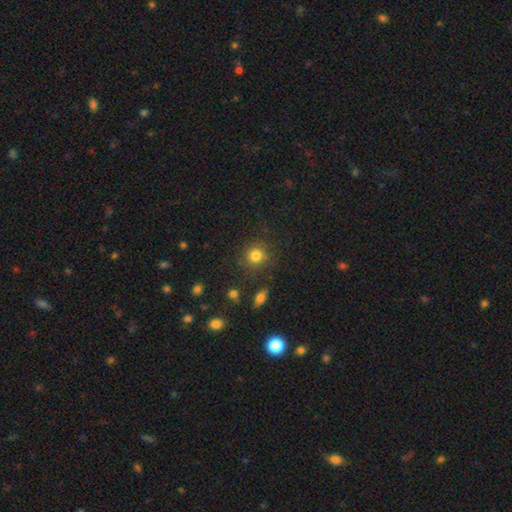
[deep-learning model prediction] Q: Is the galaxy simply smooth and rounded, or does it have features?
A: smooth — 81%.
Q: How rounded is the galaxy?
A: round — 88%.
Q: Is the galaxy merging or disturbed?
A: none — 82%.